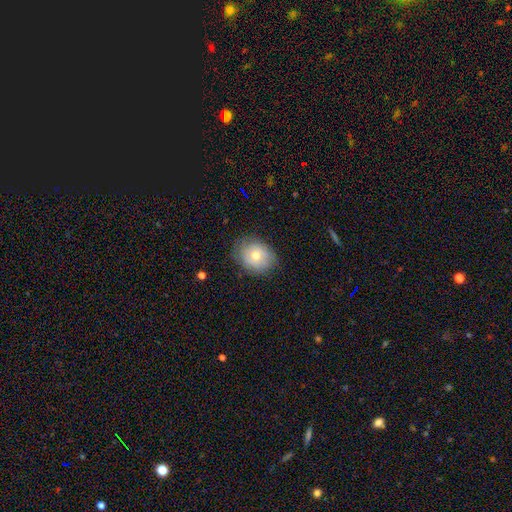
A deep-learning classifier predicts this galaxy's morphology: Smooth or featured?
  - smooth: 64% *
  - featured or disk: 27%
  - star or artifact: 9%
How rounded?
  - round: 55% *
  - in between: 44%
  - cigar-shaped: 1%
Merging?
  - none: 77% *
  - minor disturbance: 17%
  - major disturbance: 4%
  - merger: 1%